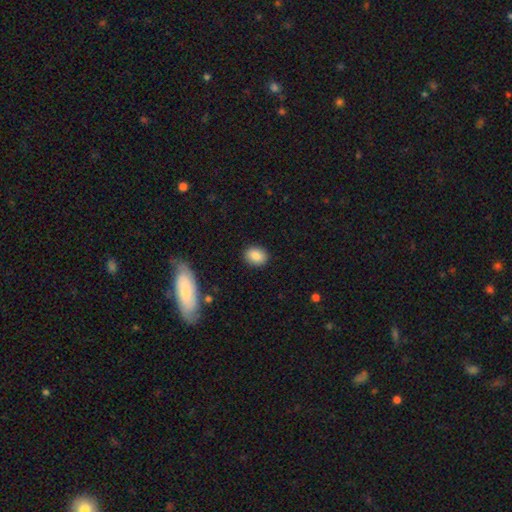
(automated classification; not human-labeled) smooth 86%, star or artifact 8%, featured or disk 5%. Down the decision tree: how rounded — in between (54%); merging — none (89%).